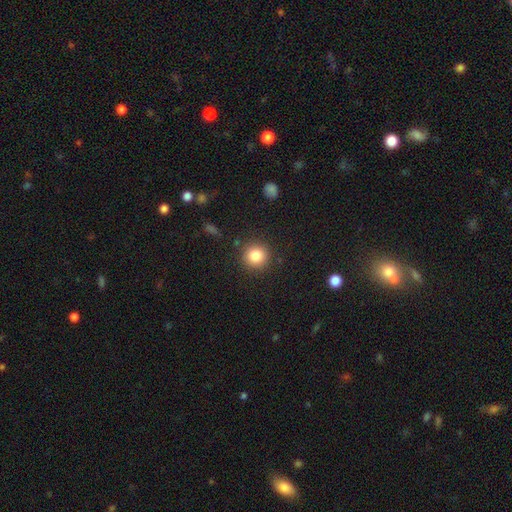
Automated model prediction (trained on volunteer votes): smooth-or-featured: smooth: 83% | star or artifact: 11% | featured or disk: 6%
  how-rounded: round: 93% | in between: 6% | cigar-shaped: 1%
  merging: none: 88% | minor disturbance: 7% | major disturbance: 3% | merger: 2%